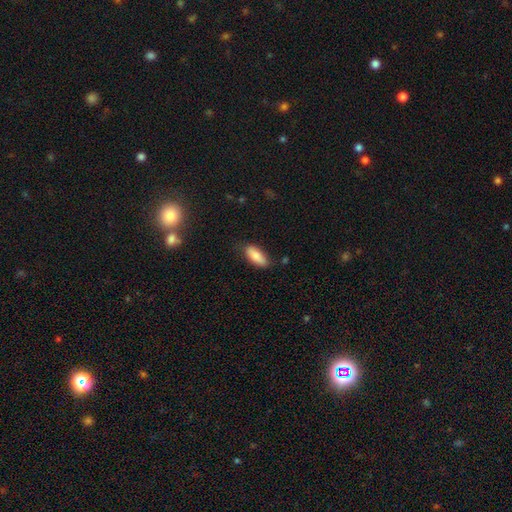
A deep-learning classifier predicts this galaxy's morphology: smooth_or_featured: smooth (p=0.83) [alt: featured or disk p=0.10]
how_rounded: in between (p=0.81) [alt: cigar-shaped p=0.17]
merging: none (p=0.77) [alt: minor disturbance p=0.17]